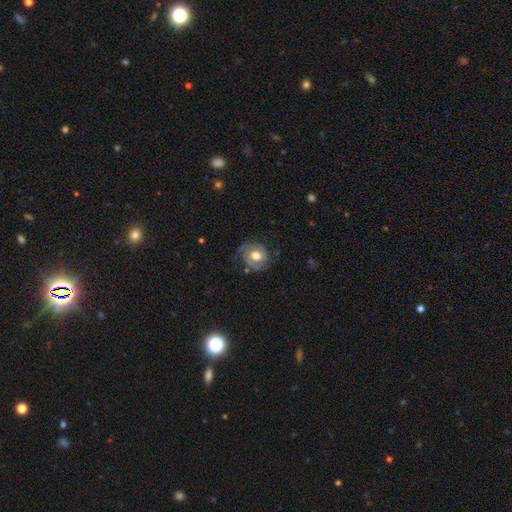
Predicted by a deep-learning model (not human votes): Overall: featured or disk (71%). Edge-on disk: no (97%). Bar: no (61%; weak 31%). Spiral arms: yes (89%). Spiral arm count: 2 (77%). Spiral winding: tight (45%; medium 40%). Bulge size: moderate (68%). Merging: none (67%).